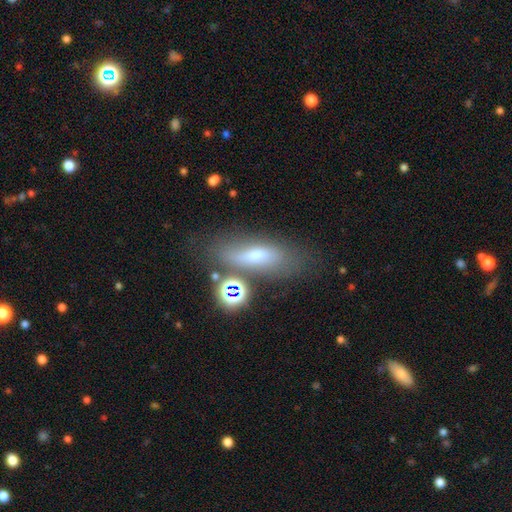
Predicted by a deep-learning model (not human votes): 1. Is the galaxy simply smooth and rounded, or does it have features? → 53% smooth, 31% featured or disk, 16% star or artifact.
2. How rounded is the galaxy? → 55% in between, 38% cigar-shaped, 7% round.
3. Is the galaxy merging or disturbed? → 61% none, 19% minor disturbance, 11% major disturbance, 9% merger.